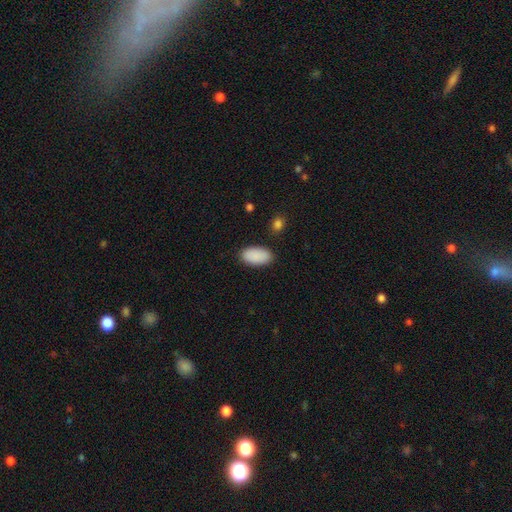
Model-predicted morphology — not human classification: A smooth galaxy with no disk features (91%) that is in between round and cigar-shaped (95%). Merging: none (87%).